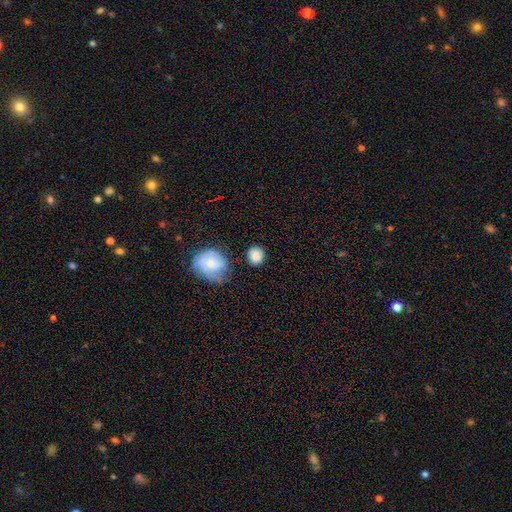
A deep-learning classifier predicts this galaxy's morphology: Smooth or featured? smooth (82%)
How rounded? round (86%)
Merging? none (76%)